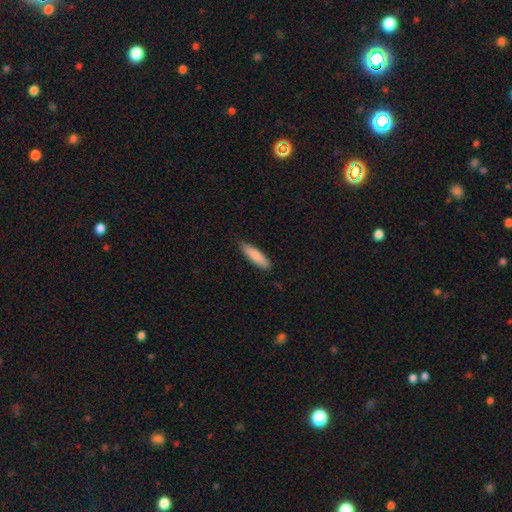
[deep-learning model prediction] Overall: smooth (85%). How rounded: cigar-shaped (68%; in between 31%). Merging: none (83%).